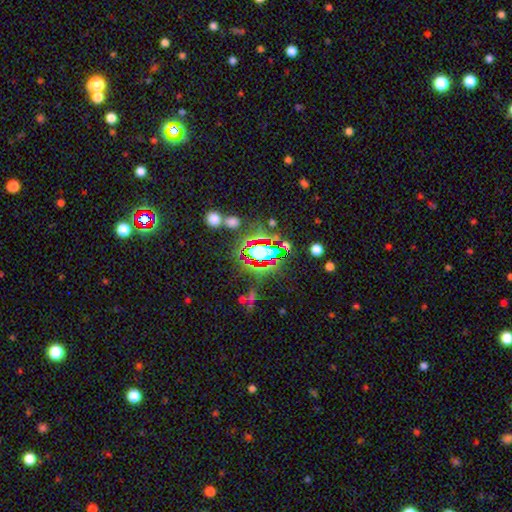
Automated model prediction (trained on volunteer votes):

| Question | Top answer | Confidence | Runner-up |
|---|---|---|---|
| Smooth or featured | star or artifact | 63% | smooth (25%) |